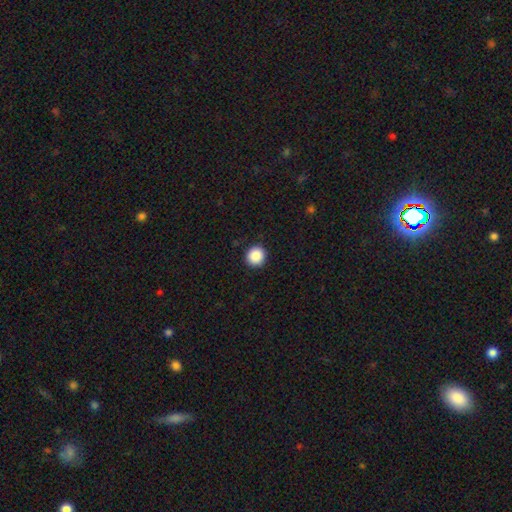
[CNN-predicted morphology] The model was most divided on "smooth or featured": smooth: 88%, star or artifact: 9%, featured or disk: 3%. More confident: how rounded — round (94%); merging — none (92%).